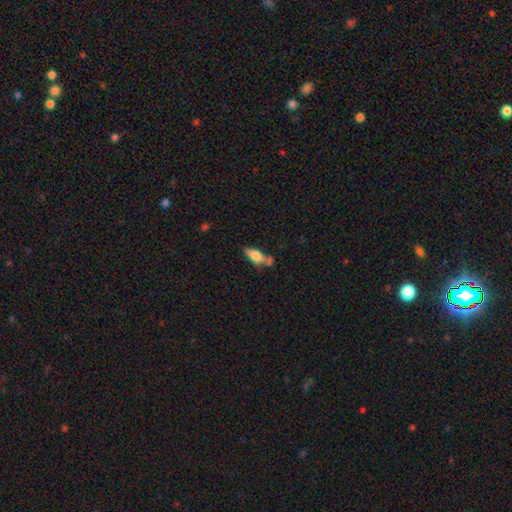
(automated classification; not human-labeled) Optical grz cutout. It shows a smooth galaxy with no disk features (69%) that is in between round and cigar-shaped (75%). Merging: none (43%).